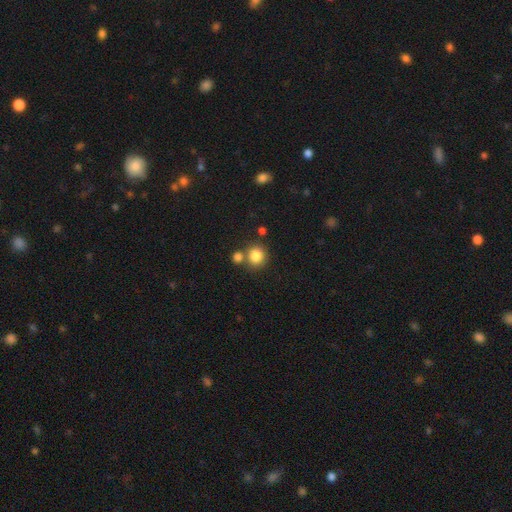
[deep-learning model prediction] Smooth or featured? Predicted: smooth (p=0.84). How rounded? Predicted: round (p=0.88). Merging? Predicted: none (p=0.67).